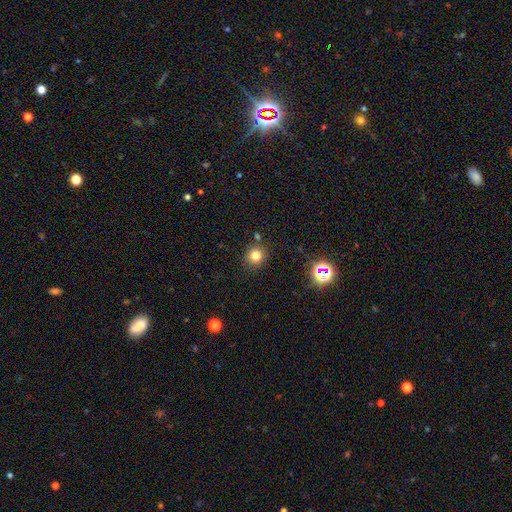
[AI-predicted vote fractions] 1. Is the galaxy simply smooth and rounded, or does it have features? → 77% smooth, 16% star or artifact, 7% featured or disk.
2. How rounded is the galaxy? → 88% round, 11% in between, 1% cigar-shaped.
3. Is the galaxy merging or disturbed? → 84% none, 9% minor disturbance, 5% merger, 3% major disturbance.